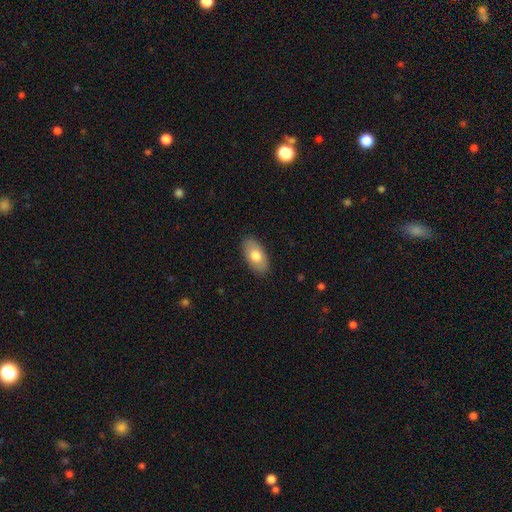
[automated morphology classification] A smooth galaxy with no disk features (76%) that is in between round and cigar-shaped (94%).

Vote fractions:
- Smooth or featured? smooth: 76% / featured or disk: 18% / star or artifact: 6%
- How rounded? in between: 94% / round: 4% / cigar-shaped: 2%
- Merging? none: 87% / minor disturbance: 10% / major disturbance: 2% / merger: 1%